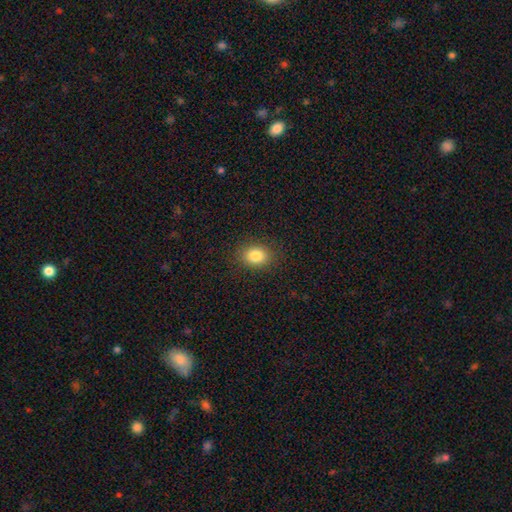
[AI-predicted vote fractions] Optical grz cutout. It shows a smooth galaxy with no disk features (84%) that is in between round and cigar-shaped (52%). Merging: none (88%).